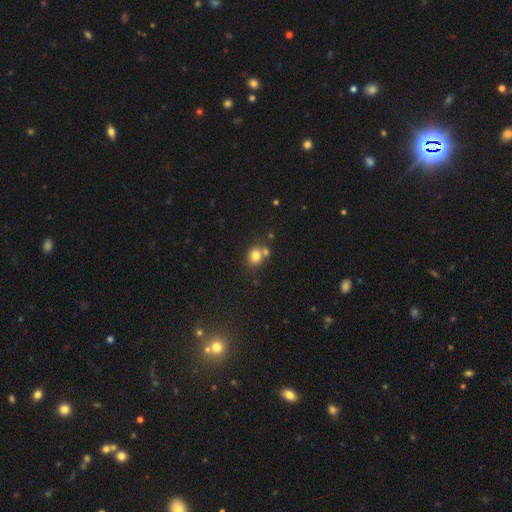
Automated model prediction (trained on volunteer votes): A smooth galaxy with no disk features (79%) that is round (75%).

Vote fractions:
- Smooth or featured? smooth: 79% / star or artifact: 12% / featured or disk: 9%
- How rounded? round: 75% / in between: 24% / cigar-shaped: 1%
- Merging? none: 59% / merger: 28% / minor disturbance: 10% / major disturbance: 3%